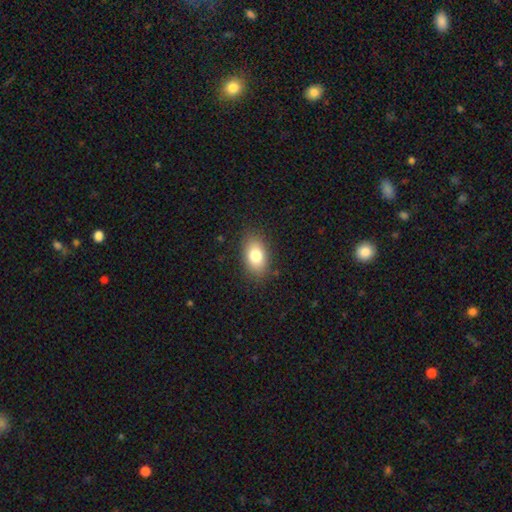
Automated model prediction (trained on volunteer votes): Smooth or featured? smooth (80%)
How rounded? in between (88%)
Merging? none (85%)